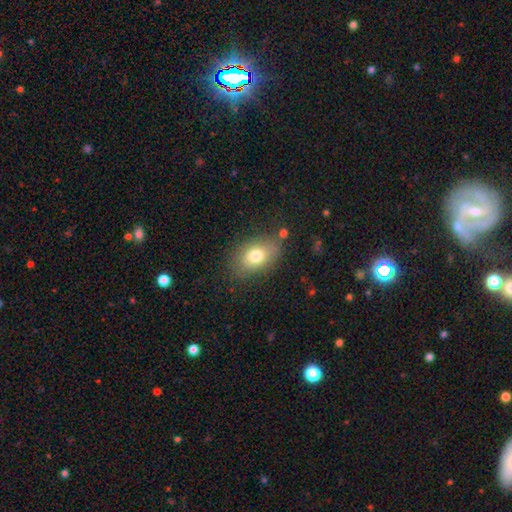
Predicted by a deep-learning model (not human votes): Smooth or featured? Predicted: smooth (p=0.76). How rounded? Predicted: in between (p=0.83). Merging? Predicted: none (p=0.76).